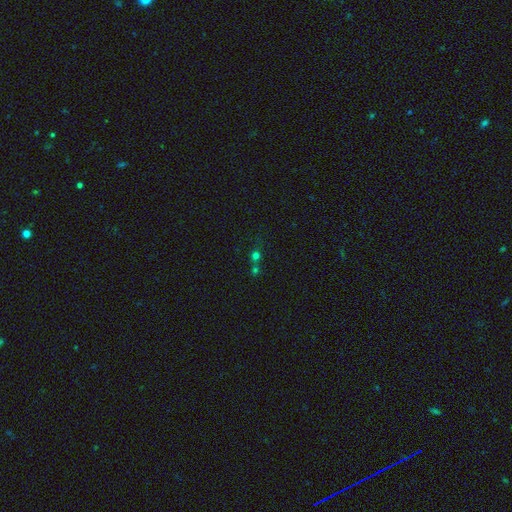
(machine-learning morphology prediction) smooth 57%, star or artifact 34%, featured or disk 9%. Down the decision tree: how rounded — round (87%); merging — none (51%).